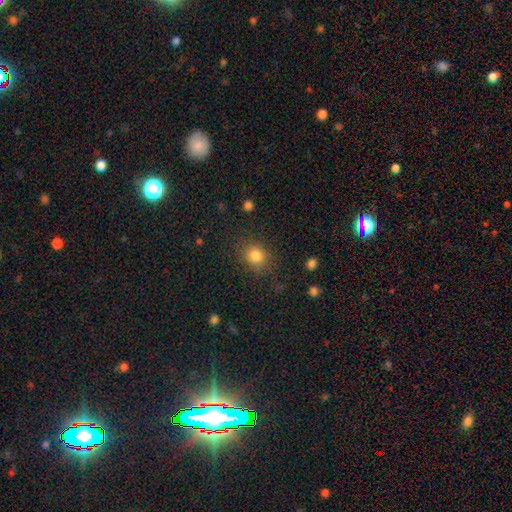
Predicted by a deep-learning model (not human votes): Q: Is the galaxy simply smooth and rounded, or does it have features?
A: smooth — 83%.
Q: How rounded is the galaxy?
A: round — 66%.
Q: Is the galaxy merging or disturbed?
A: none — 82%.